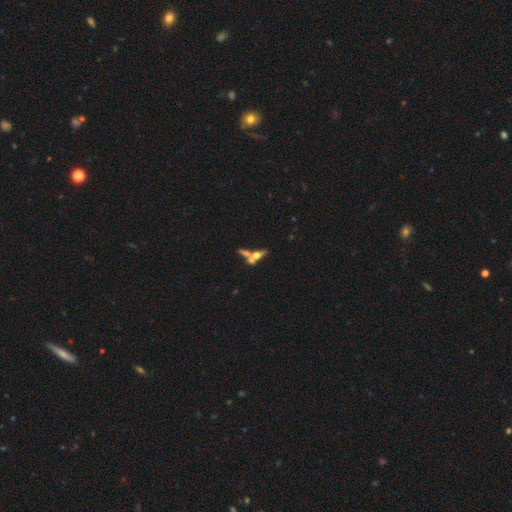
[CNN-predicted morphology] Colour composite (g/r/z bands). It shows a smooth galaxy with no disk features (41%). Merging: none (43%).